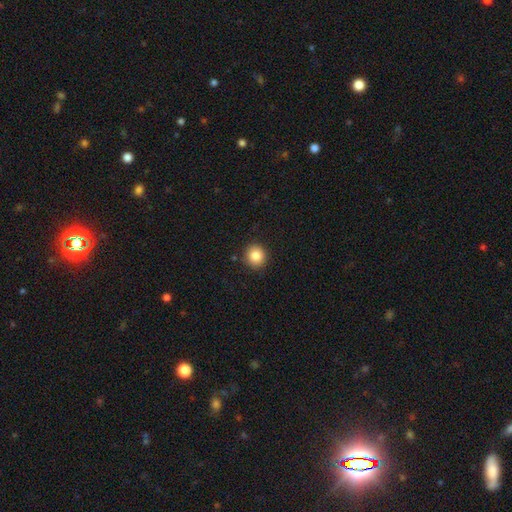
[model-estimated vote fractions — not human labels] A smooth galaxy with no disk features (84%) that is round (91%). Merging: none (90%).